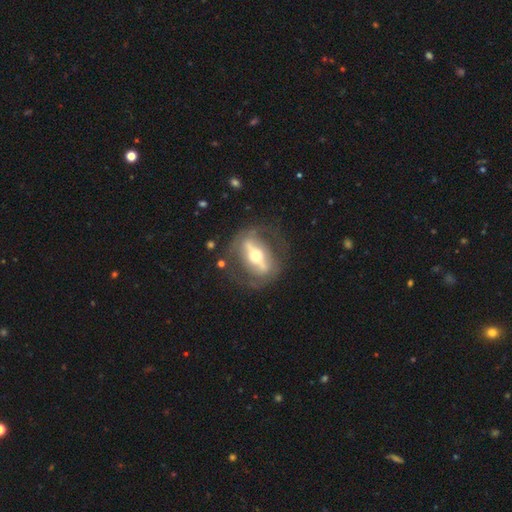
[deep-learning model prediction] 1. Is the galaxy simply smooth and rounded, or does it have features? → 76% featured or disk, 18% smooth, 6% star or artifact.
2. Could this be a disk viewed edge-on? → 73% no, 27% yes.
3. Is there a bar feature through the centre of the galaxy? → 72% strong, 14% no, 14% weak.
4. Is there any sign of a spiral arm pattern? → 64% no, 36% yes.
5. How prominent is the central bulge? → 65% moderate, 22% small, 10% large, 2% dominant, 1% none.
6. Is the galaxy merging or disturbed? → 70% none, 15% minor disturbance, 13% major disturbance, 2% merger.